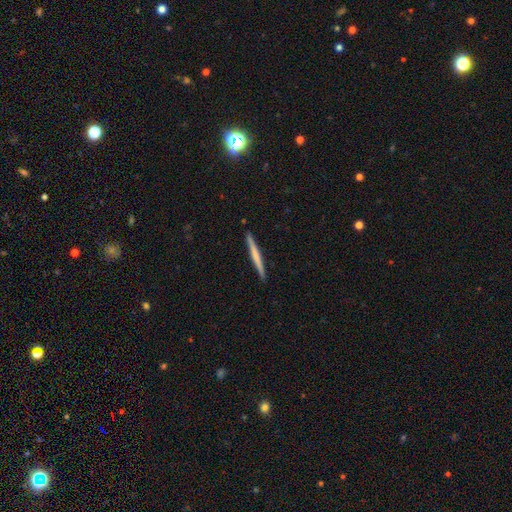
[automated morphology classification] A featured or disk galaxy (48%).

Vote fractions:
- Smooth or featured? featured or disk: 48% / smooth: 47% / star or artifact: 5%
- Merging? none: 92% / minor disturbance: 6% / major disturbance: 1% / merger: 1%